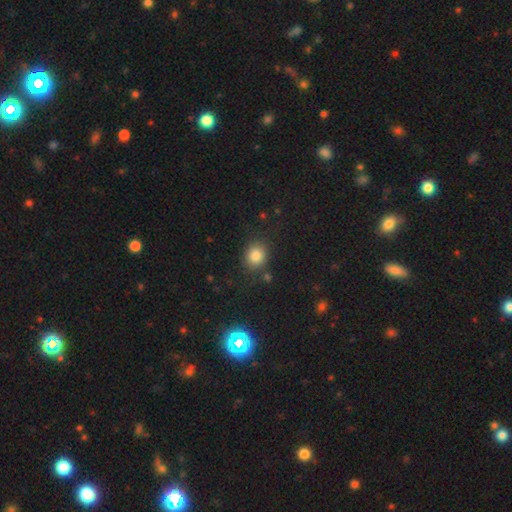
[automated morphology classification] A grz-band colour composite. It shows a smooth galaxy with no disk features (82%) that is round (76%). Merging: none (82%).